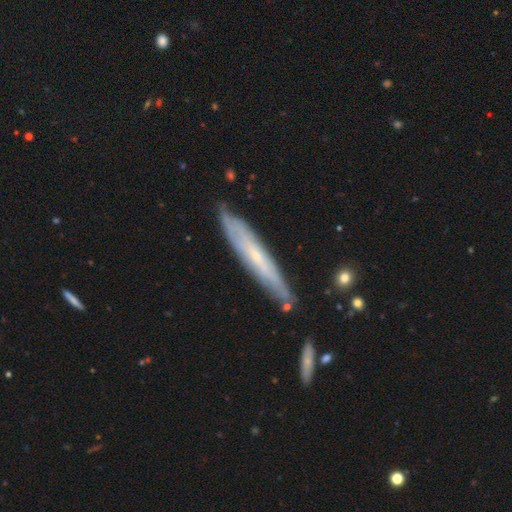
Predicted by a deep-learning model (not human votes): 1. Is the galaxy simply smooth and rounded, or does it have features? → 62% featured or disk, 31% smooth, 7% star or artifact.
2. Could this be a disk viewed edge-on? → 68% yes, 32% no.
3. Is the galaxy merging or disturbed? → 80% none, 15% minor disturbance, 3% merger, 3% major disturbance.